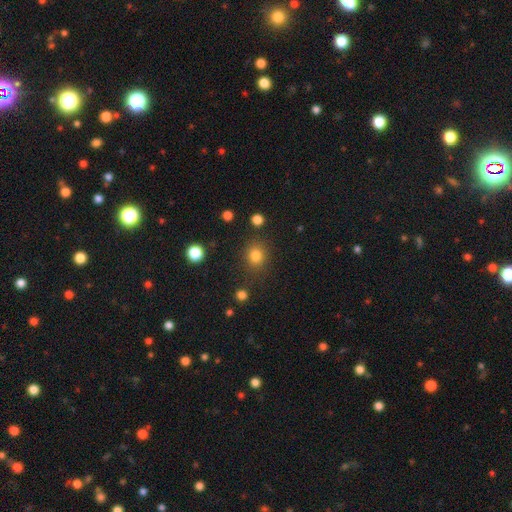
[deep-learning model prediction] smooth-or-featured: smooth: 82% | star or artifact: 13% | featured or disk: 5%
  how-rounded: round: 81% | in between: 18% | cigar-shaped: 1%
  merging: none: 84% | minor disturbance: 9% | major disturbance: 4% | merger: 3%